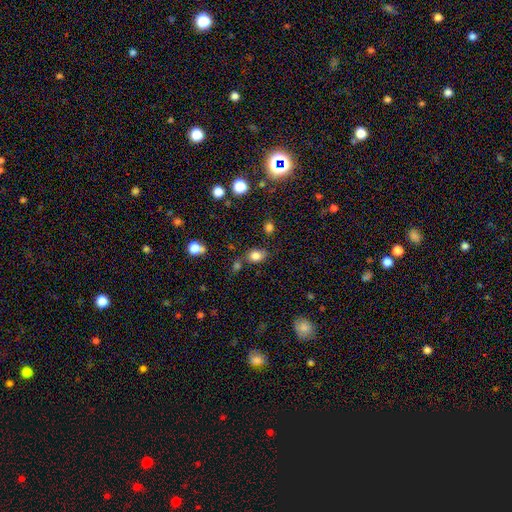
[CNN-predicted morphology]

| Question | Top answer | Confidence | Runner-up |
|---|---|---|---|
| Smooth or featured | smooth | 82% | star or artifact (12%) |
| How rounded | in between | 66% | round (33%) |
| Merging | none | 67% | minor disturbance (17%) |